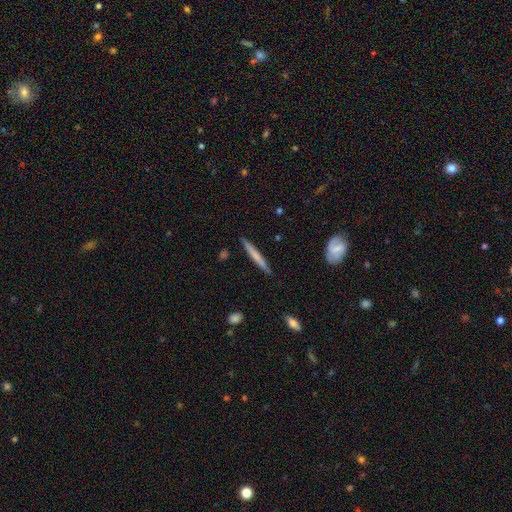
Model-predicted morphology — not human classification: Smooth or featured? smooth (60%)
How rounded? cigar-shaped (96%)
Merging? none (89%)